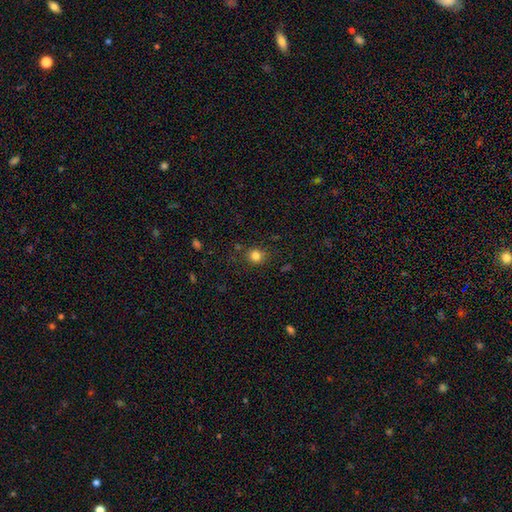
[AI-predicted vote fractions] A smooth galaxy with no disk features (81%) that is round (83%).

Vote fractions:
- Smooth or featured? smooth: 81% / star or artifact: 13% / featured or disk: 6%
- How rounded? round: 83% / in between: 17% / cigar-shaped: 1%
- Merging? none: 80% / minor disturbance: 13% / major disturbance: 4% / merger: 3%